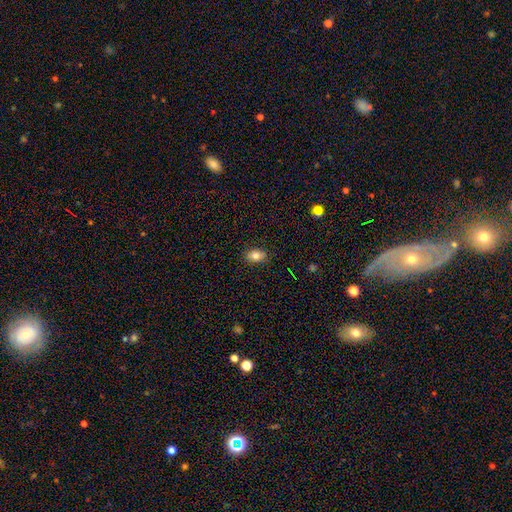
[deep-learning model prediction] Q: Smooth or featured?
A: smooth (80%); runner-up: featured or disk (11%)
Q: How rounded?
A: in between (84%); runner-up: round (14%)
Q: Merging?
A: none (88%); runner-up: minor disturbance (9%)